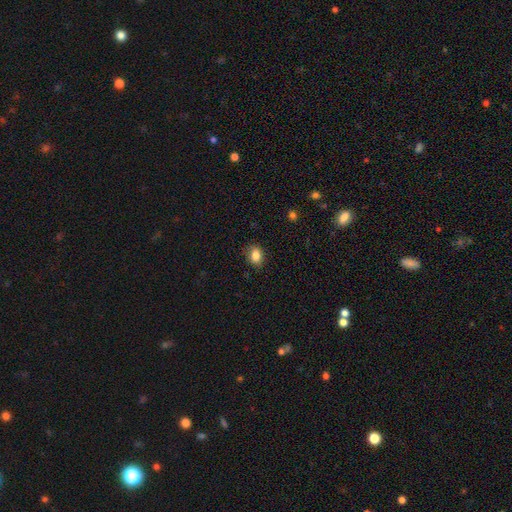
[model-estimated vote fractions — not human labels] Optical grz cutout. It shows a smooth galaxy with no disk features (85%) that is in between round and cigar-shaped (64%). Merging: none (82%).